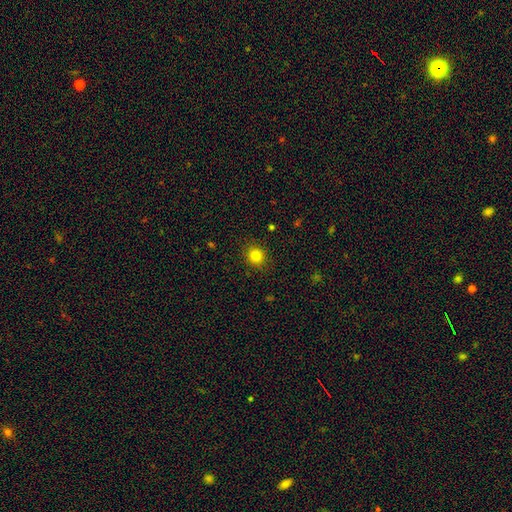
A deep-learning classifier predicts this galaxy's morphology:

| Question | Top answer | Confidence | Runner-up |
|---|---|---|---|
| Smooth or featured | smooth | 82% | star or artifact (12%) |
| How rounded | round | 82% | in between (17%) |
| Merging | none | 90% | minor disturbance (7%) |